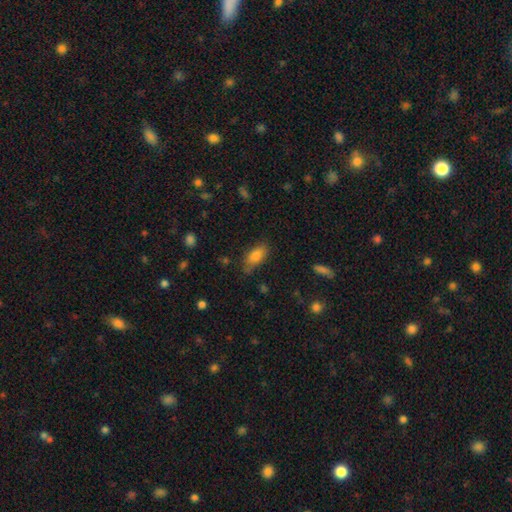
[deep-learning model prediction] A smooth galaxy with no disk features (82%) that is in between round and cigar-shaped (87%).

Vote fractions:
- Smooth or featured? smooth: 82% / featured or disk: 10% / star or artifact: 8%
- How rounded? in between: 87% / cigar-shaped: 9% / round: 4%
- Merging? none: 72% / minor disturbance: 21% / major disturbance: 5% / merger: 2%